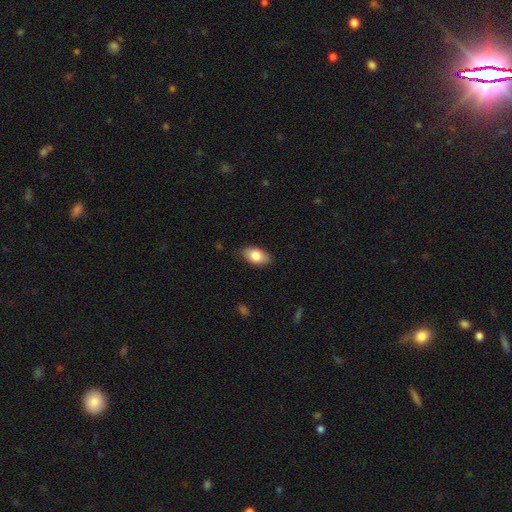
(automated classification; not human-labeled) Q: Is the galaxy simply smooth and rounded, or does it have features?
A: smooth — 83%.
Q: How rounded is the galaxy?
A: in between — 92%.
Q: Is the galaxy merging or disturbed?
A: none — 82%.